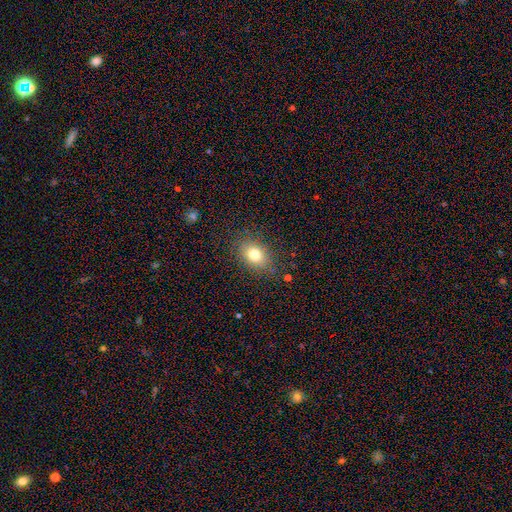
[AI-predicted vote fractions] A smooth galaxy with no disk features (79%) that is in between round and cigar-shaped (69%).

Vote fractions:
- Smooth or featured? smooth: 79% / star or artifact: 11% / featured or disk: 10%
- How rounded? in between: 69% / round: 30% / cigar-shaped: 1%
- Merging? none: 84% / minor disturbance: 11% / major disturbance: 4% / merger: 1%